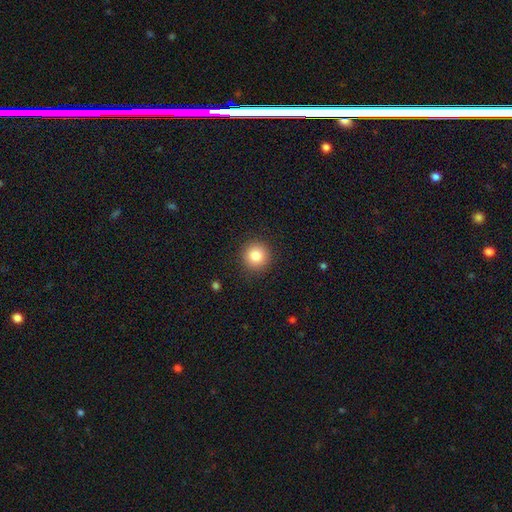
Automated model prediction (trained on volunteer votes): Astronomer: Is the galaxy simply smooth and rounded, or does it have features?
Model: smooth — 84%.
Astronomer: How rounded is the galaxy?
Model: round — 95%.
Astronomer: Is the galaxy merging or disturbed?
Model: none — 91%.